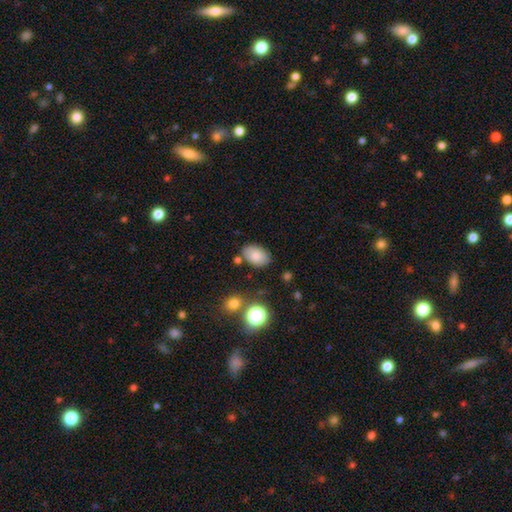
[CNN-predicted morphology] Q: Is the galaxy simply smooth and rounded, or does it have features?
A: smooth — 82%.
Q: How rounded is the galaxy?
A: in between — 89%.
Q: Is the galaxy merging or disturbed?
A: none — 79%.